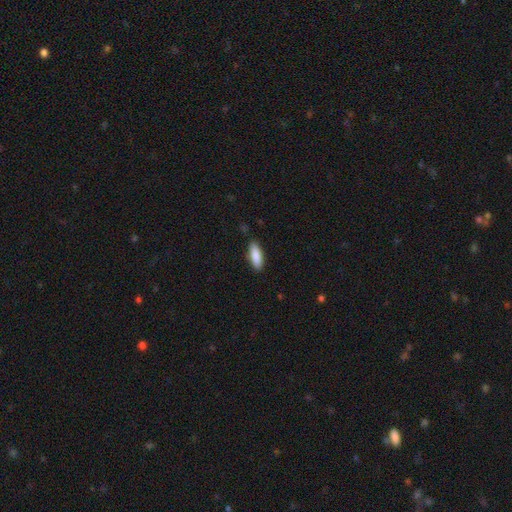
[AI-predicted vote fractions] Q: Smooth or featured?
A: smooth (87%); runner-up: featured or disk (7%)
Q: How rounded?
A: in between (62%); runner-up: cigar-shaped (37%)
Q: Merging?
A: none (88%); runner-up: minor disturbance (9%)